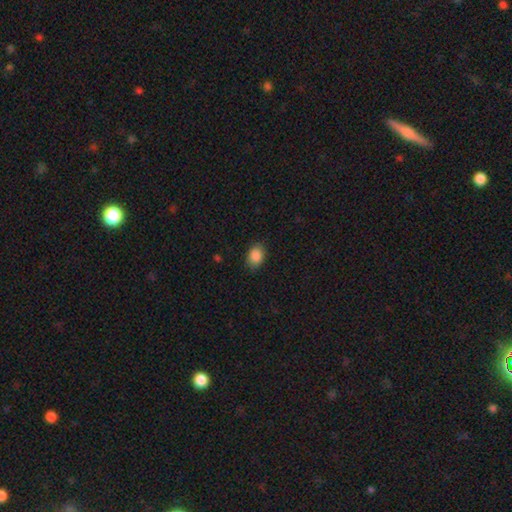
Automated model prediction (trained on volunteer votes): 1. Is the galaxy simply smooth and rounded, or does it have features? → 88% smooth, 8% star or artifact, 4% featured or disk.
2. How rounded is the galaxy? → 73% in between, 26% round, 1% cigar-shaped.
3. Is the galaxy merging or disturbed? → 85% none, 11% minor disturbance, 3% major disturbance, 1% merger.